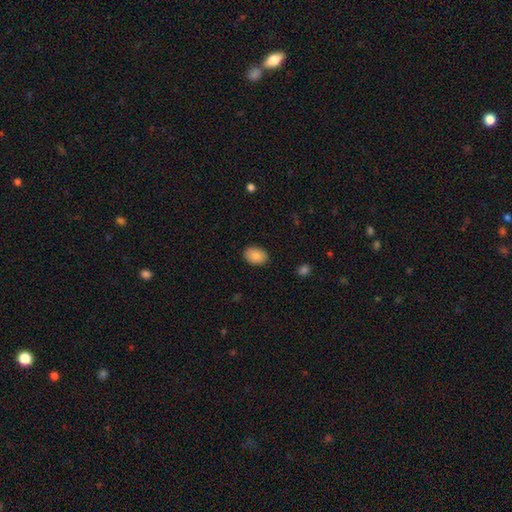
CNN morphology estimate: Smooth or featured: smooth — 88% (star or artifact — 7%)
How rounded: in between — 80% (round — 19%)
Merging: none — 88% (minor disturbance — 9%)